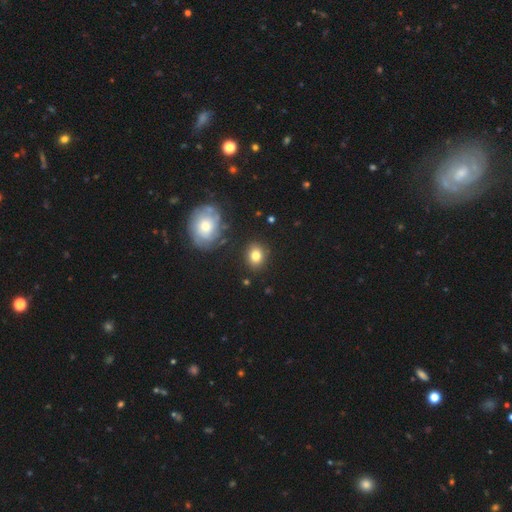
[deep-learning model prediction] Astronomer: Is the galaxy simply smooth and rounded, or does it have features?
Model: smooth — 79%.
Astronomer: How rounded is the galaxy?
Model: round — 59% (runner-up: in between, 40%).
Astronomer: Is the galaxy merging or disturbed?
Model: none — 85%.